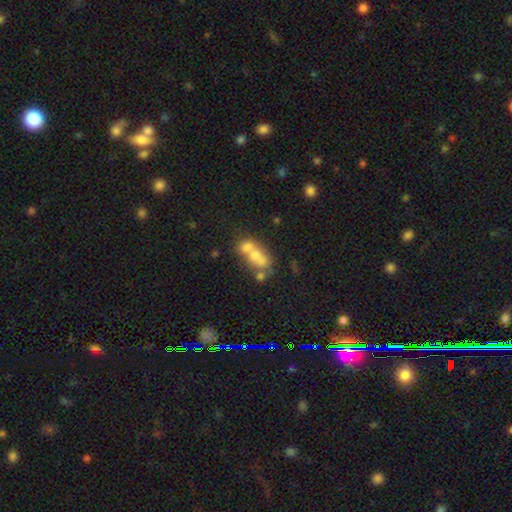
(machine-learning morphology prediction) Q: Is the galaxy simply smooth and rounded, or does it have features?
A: smooth — 56%.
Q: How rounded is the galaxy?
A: in between — 56%.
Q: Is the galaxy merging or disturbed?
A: merger — 62%.